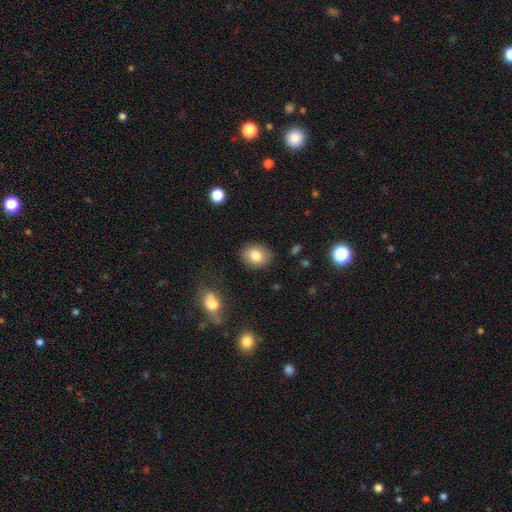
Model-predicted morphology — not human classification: This is clearly a smooth galaxy (81%). How rounded: possibly in between (51%). Merging: clearly none (86%).